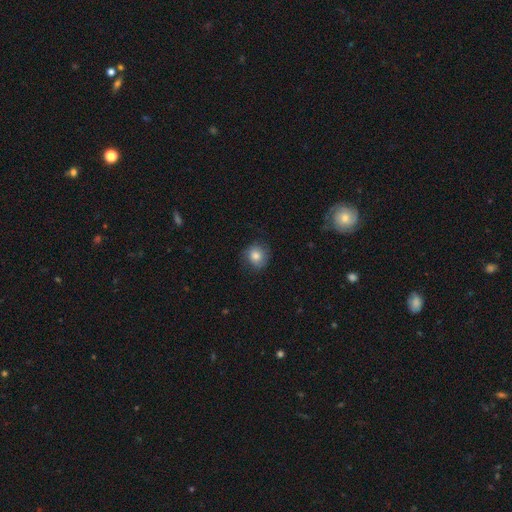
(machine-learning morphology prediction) A smooth galaxy with no disk features (78%) that is round (84%). Merging: none (76%).